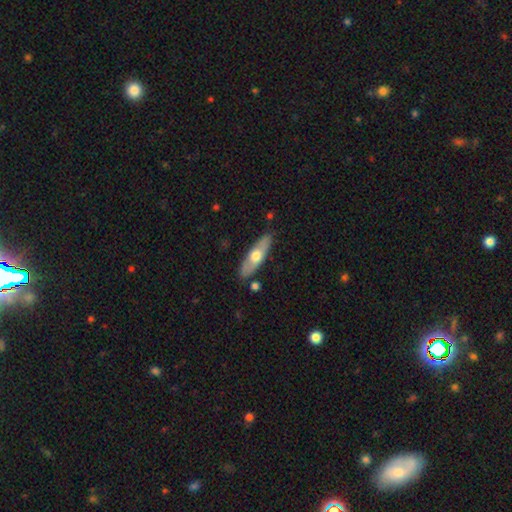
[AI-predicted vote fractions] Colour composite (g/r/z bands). It shows a smooth galaxy with no disk features (50%). Merging: none (84%).